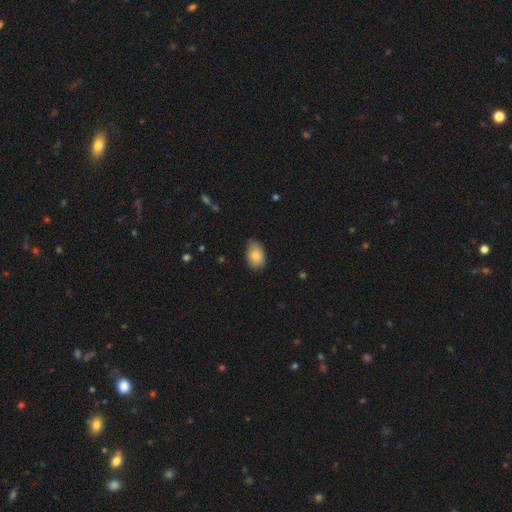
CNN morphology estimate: Smooth or featured? smooth (83%)
How rounded? in between (84%)
Merging? none (65%)